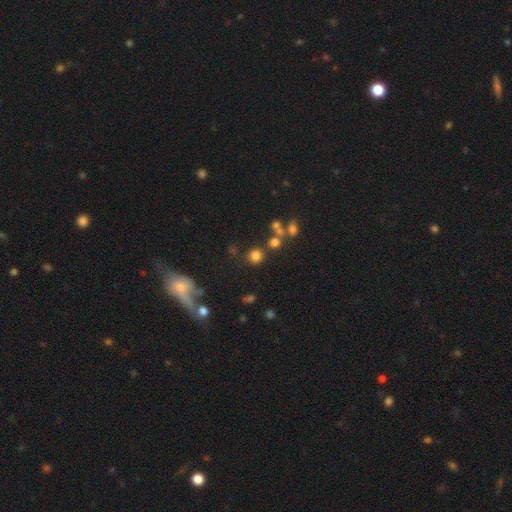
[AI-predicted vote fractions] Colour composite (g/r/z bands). It shows a smooth galaxy with no disk features (76%) that is round (89%). Merging: none (76%).